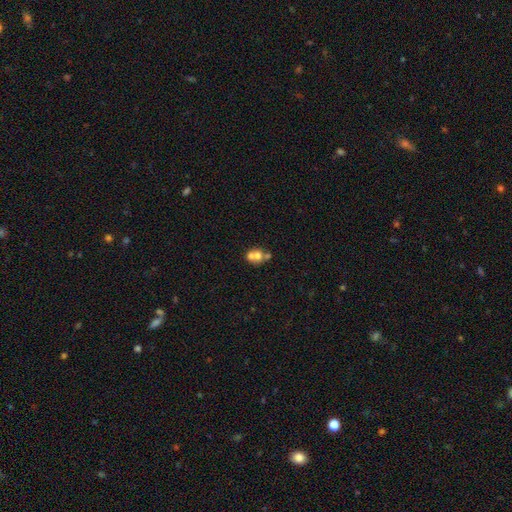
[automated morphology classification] Smooth or featured? smooth (61%)
How rounded? round (66%)
Merging? merger (60%)